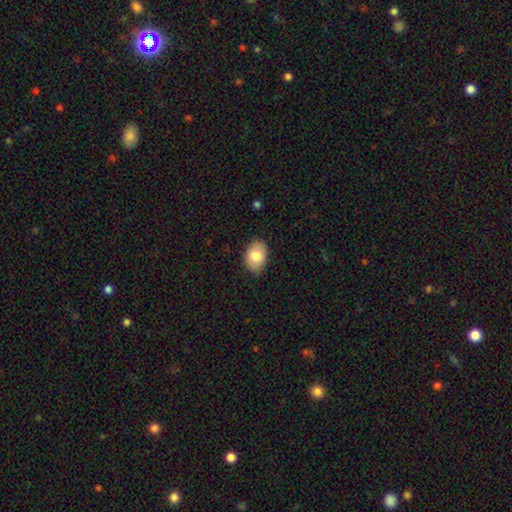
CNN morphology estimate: smooth 79%, featured or disk 14%, star or artifact 7%. Down the decision tree: how rounded — in between (83%); merging — none (84%).